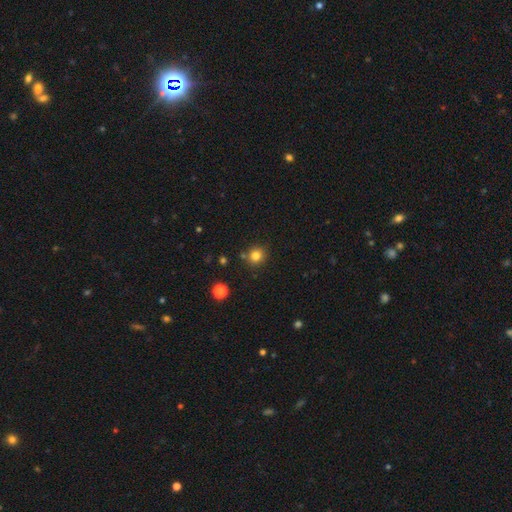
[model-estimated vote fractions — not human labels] This is clearly a smooth galaxy (81%). How rounded: clearly round (90%). Merging: clearly none (82%).